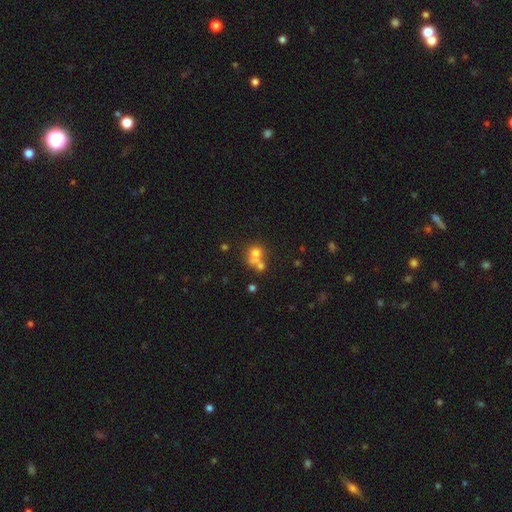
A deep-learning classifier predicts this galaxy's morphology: The model was most divided on "merging": merger: 48%, none: 38%, minor disturbance: 8%, major disturbance: 6%. More confident: how rounded — round (80%); smooth or featured — smooth (62%).